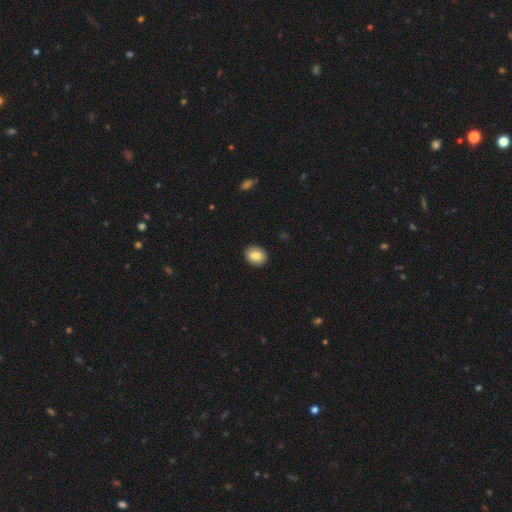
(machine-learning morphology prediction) This is clearly a smooth galaxy (86%). How rounded: possibly round (53%). Merging: clearly none (91%).